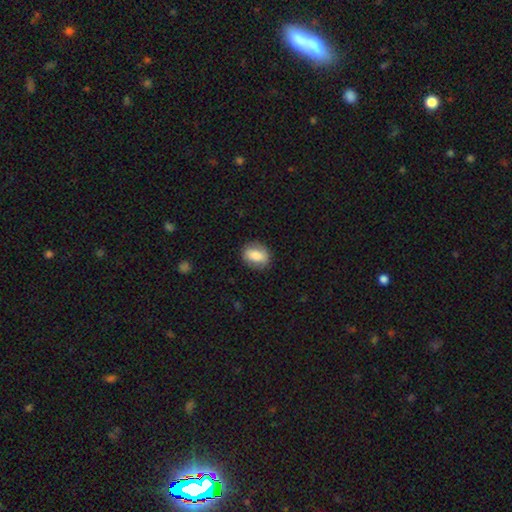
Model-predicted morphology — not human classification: Smooth or featured? smooth (76%)
How rounded? in between (61%)
Merging? none (84%)